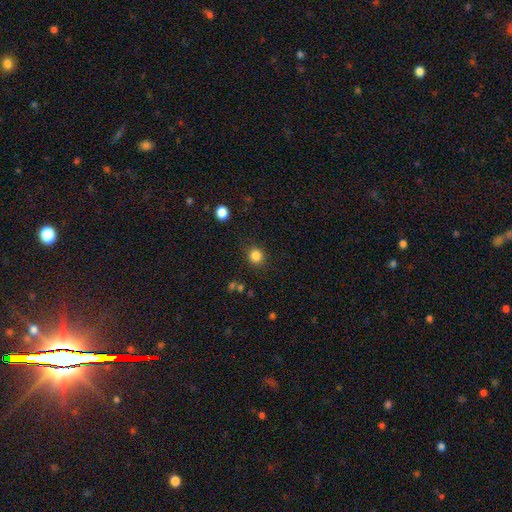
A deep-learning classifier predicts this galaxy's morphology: Smooth or featured: smooth — 84% (star or artifact — 12%)
How rounded: round — 85% (in between — 14%)
Merging: none — 85% (minor disturbance — 9%)